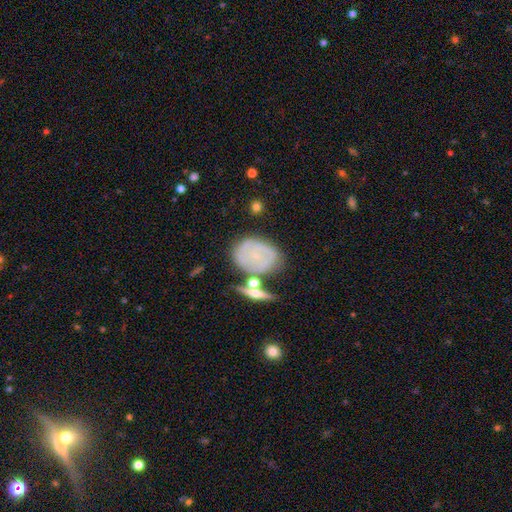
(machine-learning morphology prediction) This is likely a featured or disk galaxy (63%). It is clearly not viewed edge-on (94%). Bar: likely no (75%). Spiral arm pattern: likely yes (79%). Central bulge: likely small (76%). Merging: possibly none (58%).